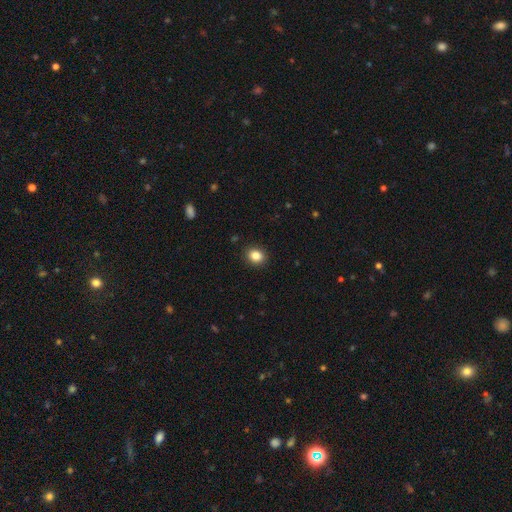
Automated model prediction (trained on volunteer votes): Q: Smooth or featured?
A: smooth (85%); runner-up: star or artifact (10%)
Q: How rounded?
A: round (58%); runner-up: in between (41%)
Q: Merging?
A: none (91%); runner-up: minor disturbance (6%)